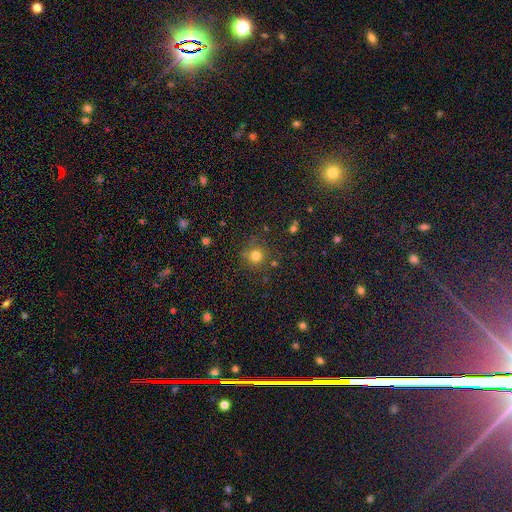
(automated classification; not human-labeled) The model was most divided on "smooth or featured": smooth: 76%, star or artifact: 18%, featured or disk: 6%. More confident: how rounded — round (93%); merging — none (80%).